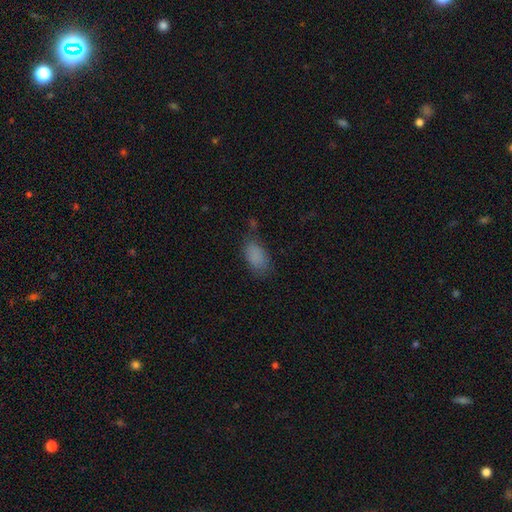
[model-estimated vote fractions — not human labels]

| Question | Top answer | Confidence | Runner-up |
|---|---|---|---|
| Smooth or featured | smooth | 84% | star or artifact (10%) |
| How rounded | in between | 91% | round (5%) |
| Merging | none | 64% | minor disturbance (23%) |